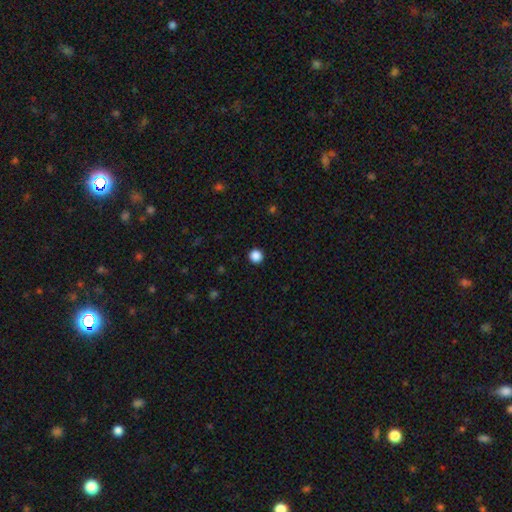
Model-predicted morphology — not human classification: A smooth galaxy with no disk features (87%) that is round (95%). Merging: none (94%).